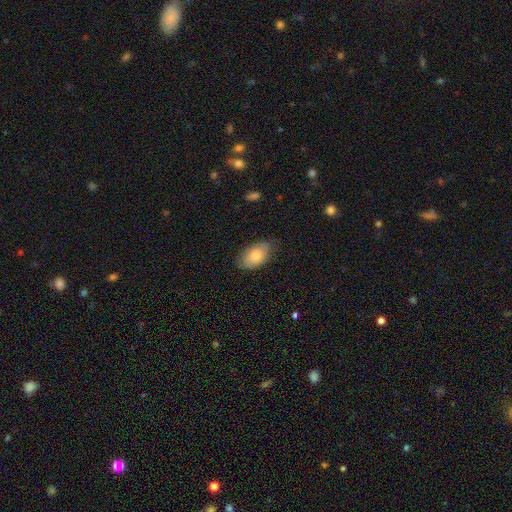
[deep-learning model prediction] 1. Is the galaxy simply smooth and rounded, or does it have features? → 78% smooth, 16% featured or disk, 6% star or artifact.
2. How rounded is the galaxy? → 94% in between, 5% round, 2% cigar-shaped.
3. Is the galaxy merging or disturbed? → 74% none, 21% minor disturbance, 4% major disturbance, 1% merger.